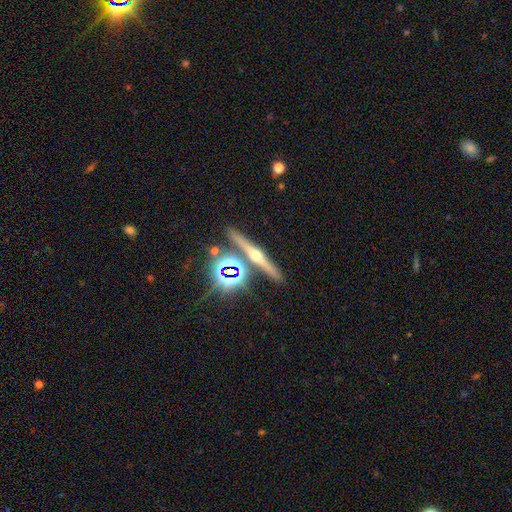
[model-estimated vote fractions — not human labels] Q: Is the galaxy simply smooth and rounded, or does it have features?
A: featured or disk — 64%.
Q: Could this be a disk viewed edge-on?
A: yes — 95%.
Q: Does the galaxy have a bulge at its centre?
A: rounded — 93%.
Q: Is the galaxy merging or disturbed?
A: none — 85%.